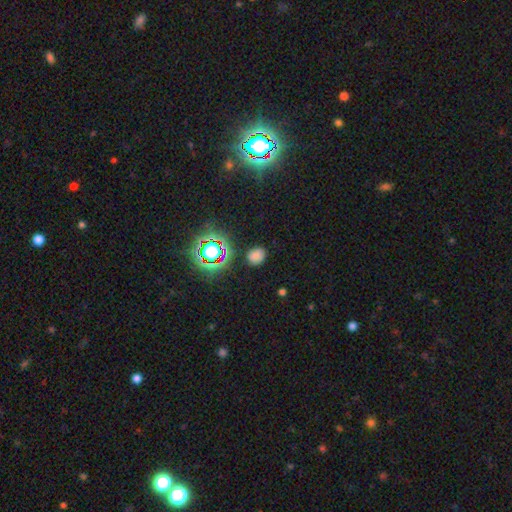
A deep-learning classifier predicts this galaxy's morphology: This appears to be a smooth galaxy with no disk features (67%) that is round (62%). Merging: none (84%).